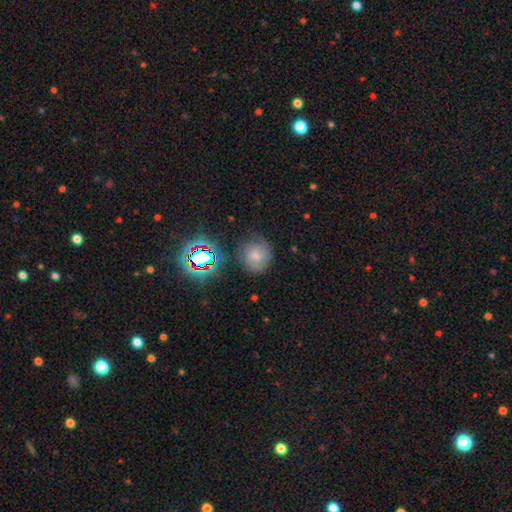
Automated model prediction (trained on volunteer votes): Smooth or featured? Predicted: smooth (p=0.65). How rounded? Predicted: round (p=0.83). Merging? Predicted: none (p=0.68).